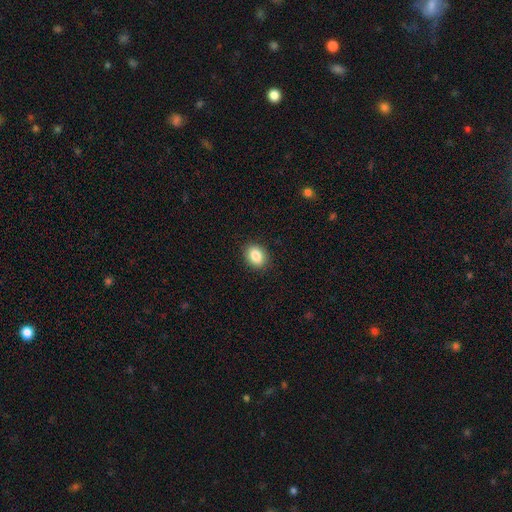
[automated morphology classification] Smooth or featured?
  - smooth: 86% *
  - star or artifact: 9%
  - featured or disk: 6%
How rounded?
  - in between: 62% *
  - round: 37%
  - cigar-shaped: 1%
Merging?
  - none: 90% *
  - minor disturbance: 7%
  - major disturbance: 2%
  - merger: 1%